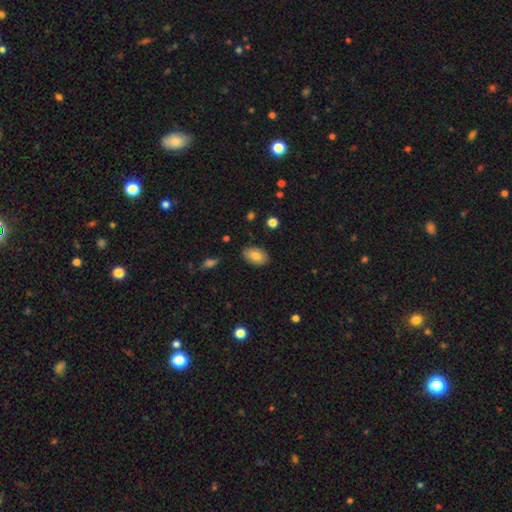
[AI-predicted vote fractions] Smooth or featured? Predicted: smooth (p=0.79). How rounded? Predicted: in between (p=0.90). Merging? Predicted: none (p=0.85).